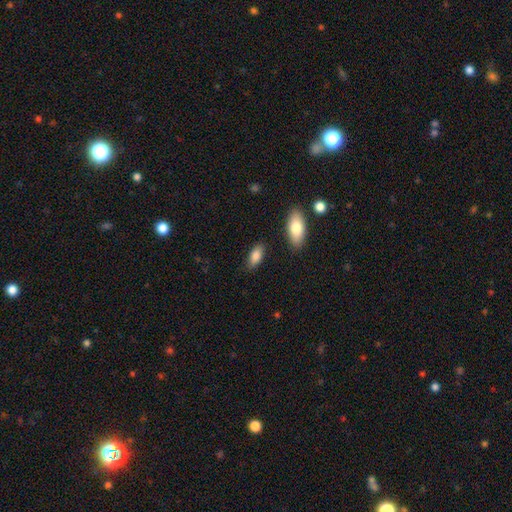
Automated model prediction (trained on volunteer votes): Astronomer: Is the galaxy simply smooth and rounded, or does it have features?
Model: smooth — 85%.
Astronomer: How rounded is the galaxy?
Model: in between — 88%.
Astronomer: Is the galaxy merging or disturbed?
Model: none — 83%.